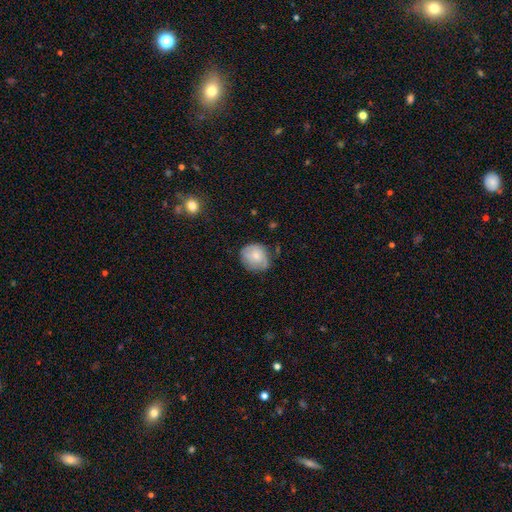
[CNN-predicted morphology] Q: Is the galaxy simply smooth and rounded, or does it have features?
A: smooth — 61%.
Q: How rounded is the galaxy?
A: round — 71%.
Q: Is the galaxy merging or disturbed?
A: none — 62%.